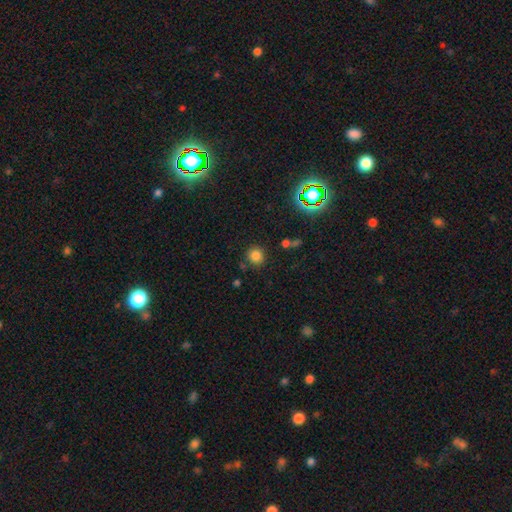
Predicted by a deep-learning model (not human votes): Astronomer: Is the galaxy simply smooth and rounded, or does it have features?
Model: smooth — 82%.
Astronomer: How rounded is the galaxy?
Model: round — 90%.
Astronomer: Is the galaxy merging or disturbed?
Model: none — 83%.